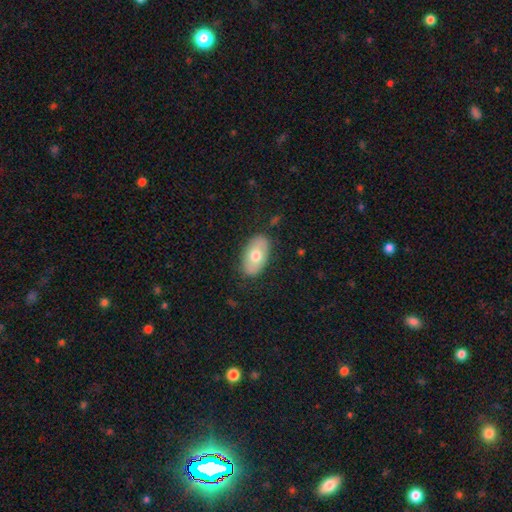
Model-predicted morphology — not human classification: Smooth or featured? smooth (66%)
How rounded? in between (93%)
Merging? none (84%)